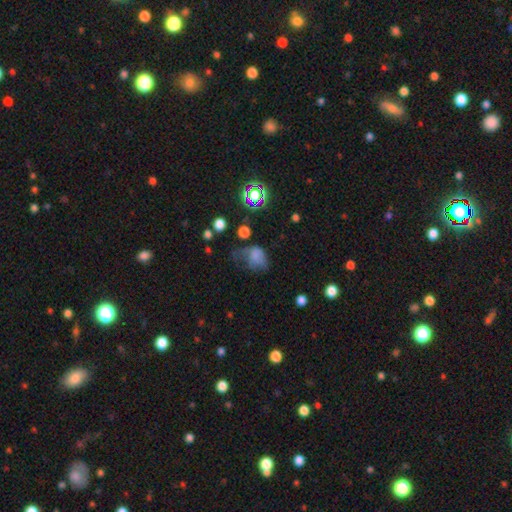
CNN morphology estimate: Smooth or featured: smooth — 63% (featured or disk — 19%)
How rounded: in between — 66% (round — 33%)
Merging: major disturbance — 44% (minor disturbance — 27%)